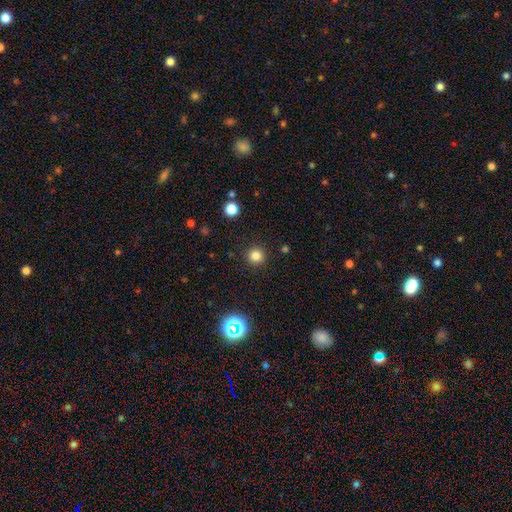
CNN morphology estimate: This appears to be a smooth galaxy with no disk features (81%) that is round (95%). Merging: none (92%).